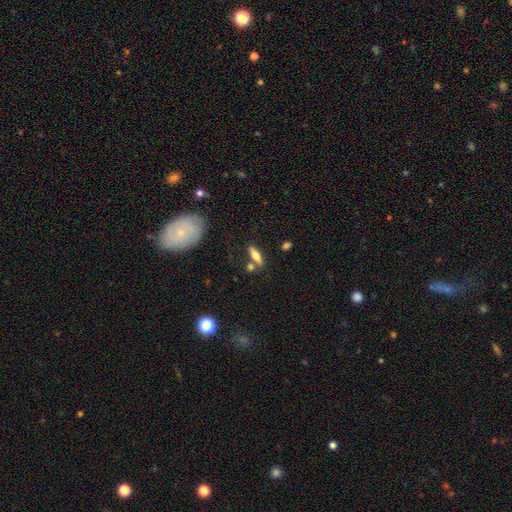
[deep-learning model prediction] A smooth galaxy with no disk features (57%) that is in between round and cigar-shaped (50%).

Vote fractions:
- Smooth or featured? smooth: 57% / featured or disk: 34% / star or artifact: 8%
- How rounded? in between: 50% / cigar-shaped: 46% / round: 5%
- Merging? none: 71% / merger: 13% / minor disturbance: 12% / major disturbance: 4%